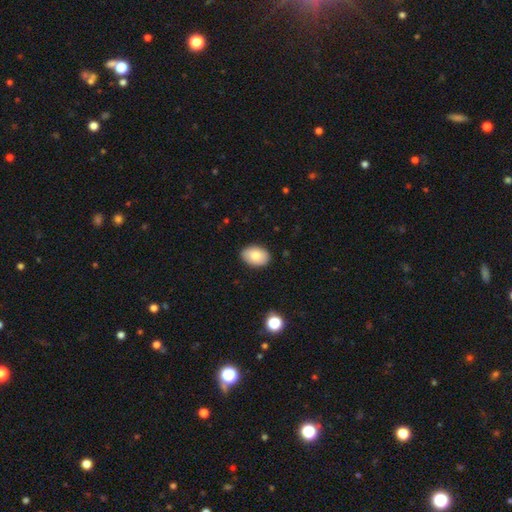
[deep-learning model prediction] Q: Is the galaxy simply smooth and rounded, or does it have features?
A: smooth — 83%.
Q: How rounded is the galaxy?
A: in between — 85%.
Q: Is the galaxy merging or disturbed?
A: none — 88%.